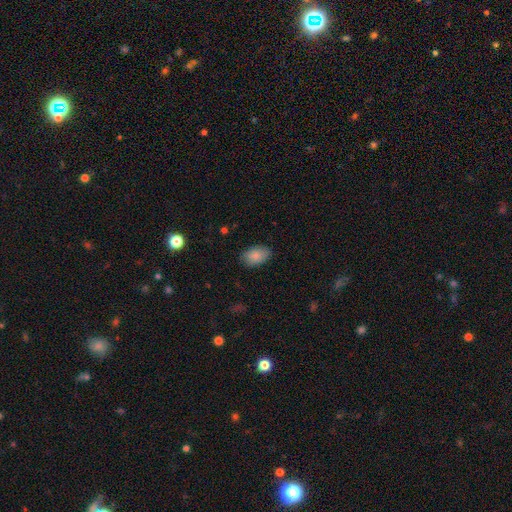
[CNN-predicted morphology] smooth_or_featured: smooth (p=0.87) [alt: star or artifact p=0.07]
how_rounded: in between (p=0.91) [alt: round p=0.08]
merging: none (p=0.85) [alt: minor disturbance p=0.12]